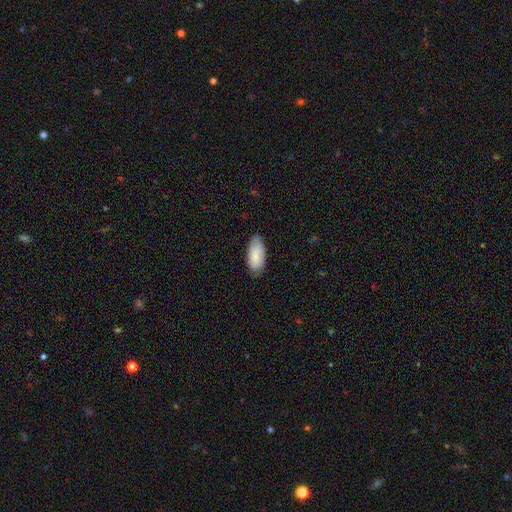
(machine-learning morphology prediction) A smooth galaxy with no disk features (79%) that is in between round and cigar-shaped (91%).

Vote fractions:
- Smooth or featured? smooth: 79% / featured or disk: 16% / star or artifact: 6%
- How rounded? in between: 91% / cigar-shaped: 7% / round: 2%
- Merging? none: 74% / minor disturbance: 21% / major disturbance: 3% / merger: 1%